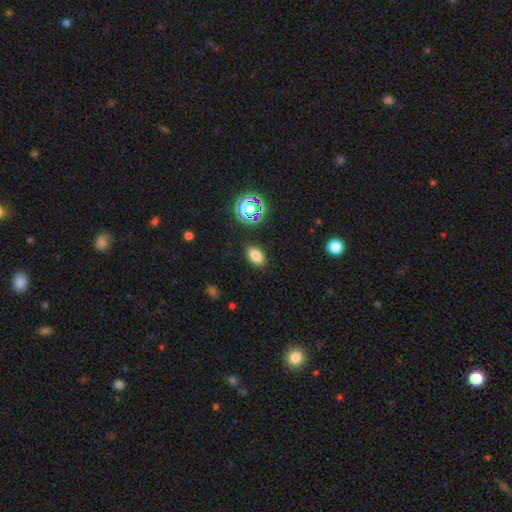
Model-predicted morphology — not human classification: Smooth or featured? Predicted: smooth (p=0.79). How rounded? Predicted: in between (p=0.85). Merging? Predicted: none (p=0.87).